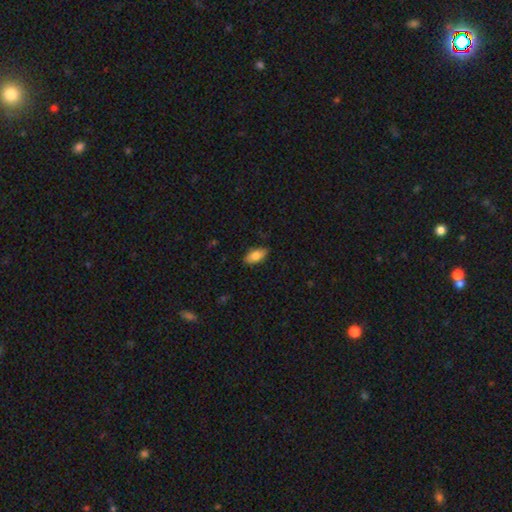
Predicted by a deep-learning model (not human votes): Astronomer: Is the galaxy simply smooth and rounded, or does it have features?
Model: smooth — 79%.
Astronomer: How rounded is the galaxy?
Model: in between — 86%.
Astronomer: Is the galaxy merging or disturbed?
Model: none — 86%.